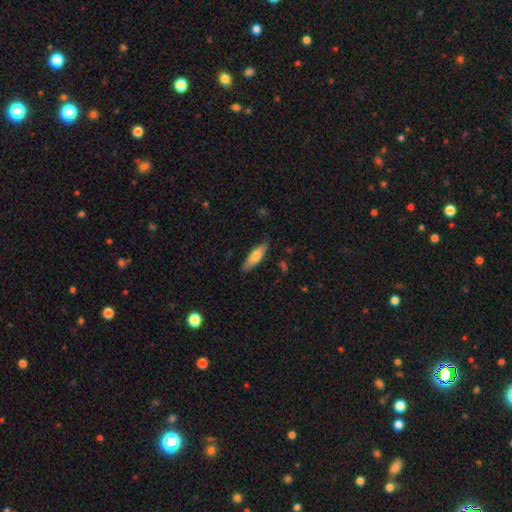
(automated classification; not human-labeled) Smooth or featured? Predicted: smooth (p=0.70). How rounded? Predicted: cigar-shaped (p=0.63). Merging? Predicted: none (p=0.85).